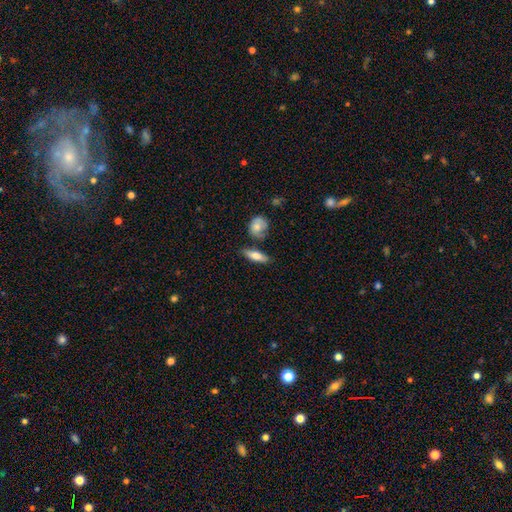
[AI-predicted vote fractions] The model was most divided on "how rounded": in between: 49%, cigar-shaped: 48%, round: 3%. More confident: merging — none (76%); smooth or featured — smooth (68%).